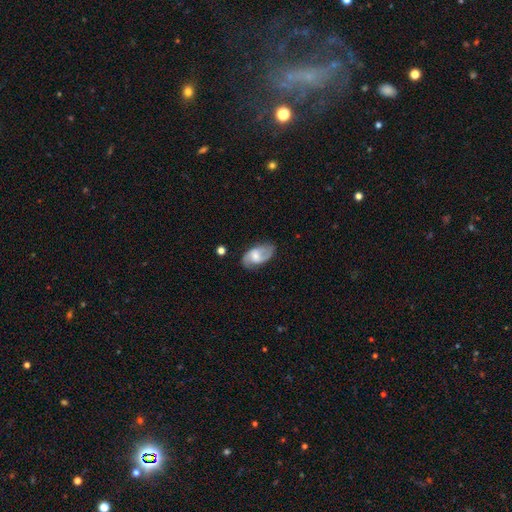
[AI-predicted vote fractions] Smooth or featured? Predicted: featured or disk (p=0.60). Edge-on disk? Predicted: no (p=0.95). Bar? Predicted: weak (p=0.50). Spiral arms? Predicted: yes (p=0.86). Bulge size? Predicted: moderate (p=0.48). Merging? Predicted: none (p=0.69).